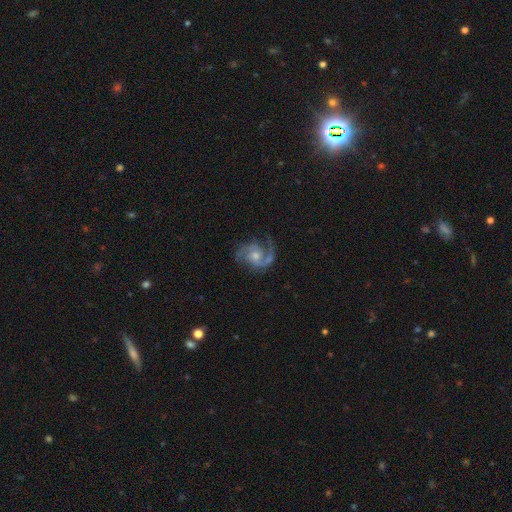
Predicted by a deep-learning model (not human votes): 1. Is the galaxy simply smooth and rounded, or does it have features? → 89% featured or disk, 6% star or artifact, 5% smooth.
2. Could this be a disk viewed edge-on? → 98% no, 2% yes.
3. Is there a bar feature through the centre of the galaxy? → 63% no, 30% weak, 6% strong.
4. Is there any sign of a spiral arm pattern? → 98% yes, 2% no.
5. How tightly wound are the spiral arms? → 58% medium, 24% tight, 18% loose.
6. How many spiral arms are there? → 83% 2, 6% 3, 4% can't tell, 3% 1, 2% 4, 2% more than 4.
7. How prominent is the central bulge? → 50% moderate, 43% small, 3% large, 3% none, 1% dominant.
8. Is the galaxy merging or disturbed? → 75% none, 15% minor disturbance, 8% major disturbance, 2% merger.